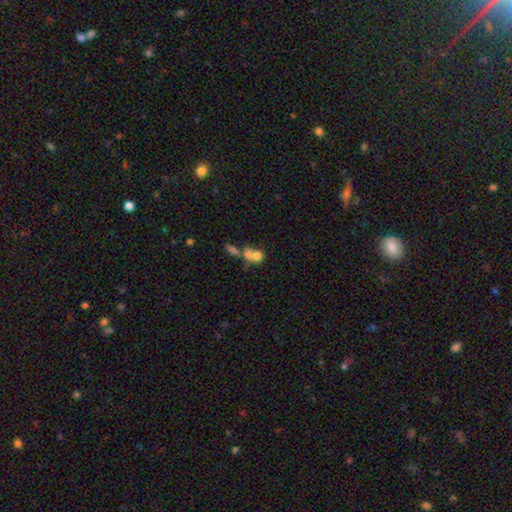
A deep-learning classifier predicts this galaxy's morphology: Smooth or featured?
  - smooth: 67% *
  - featured or disk: 21%
  - star or artifact: 12%
How rounded?
  - round: 60% *
  - in between: 36%
  - cigar-shaped: 4%
Merging?
  - merger: 56% *
  - none: 26%
  - major disturbance: 9%
  - minor disturbance: 9%